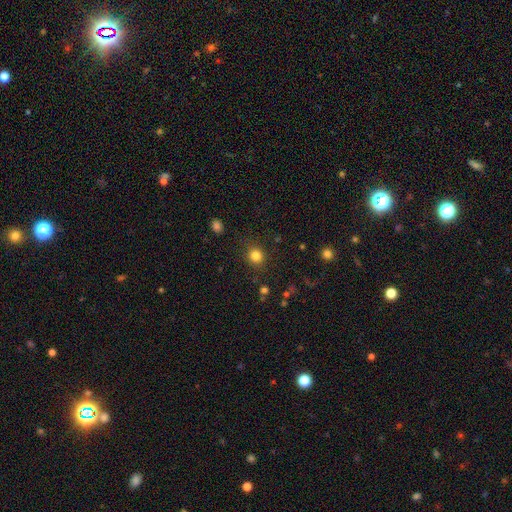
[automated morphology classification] Smooth or featured: smooth — 83% (star or artifact — 13%)
How rounded: round — 84% (in between — 15%)
Merging: none — 86% (minor disturbance — 9%)